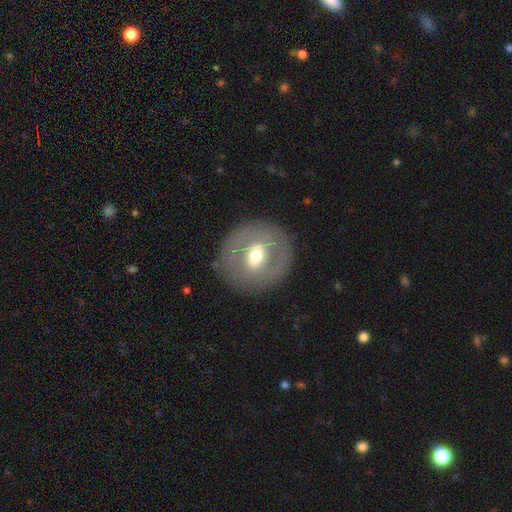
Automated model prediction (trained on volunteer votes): Smooth or featured? featured or disk (57%)
Edge-on disk? no (90%)
Bar? weak (39%)
Spiral arms? no (85%)
Bulge size? moderate (67%)
Merging? none (84%)